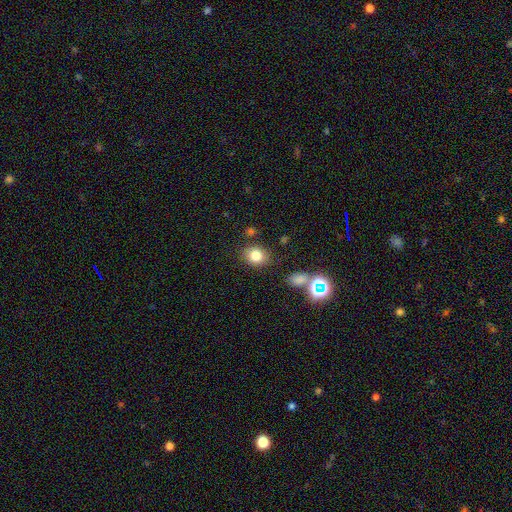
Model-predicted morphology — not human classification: smooth_or_featured: smooth (p=0.80) [alt: star or artifact p=0.12]
how_rounded: round (p=0.60) [alt: in between p=0.39]
merging: none (p=0.82) [alt: minor disturbance p=0.11]